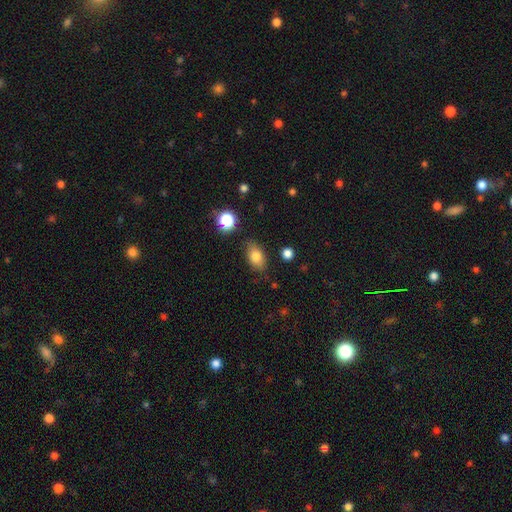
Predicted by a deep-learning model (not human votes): smooth 80%, featured or disk 11%, star or artifact 10%. Down the decision tree: how rounded — in between (86%); merging — none (81%).